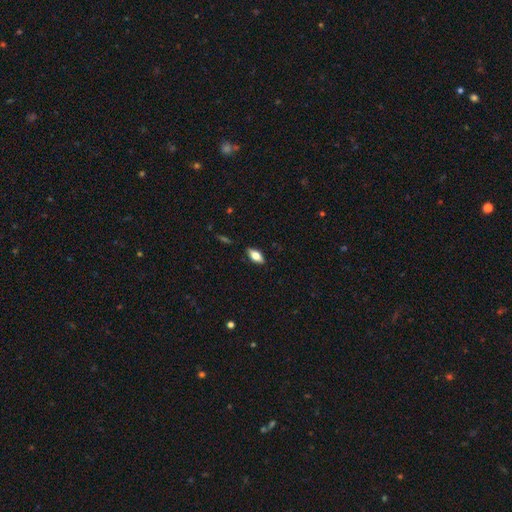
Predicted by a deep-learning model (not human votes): Smooth or featured? smooth (63%)
How rounded? in between (83%)
Merging? none (87%)